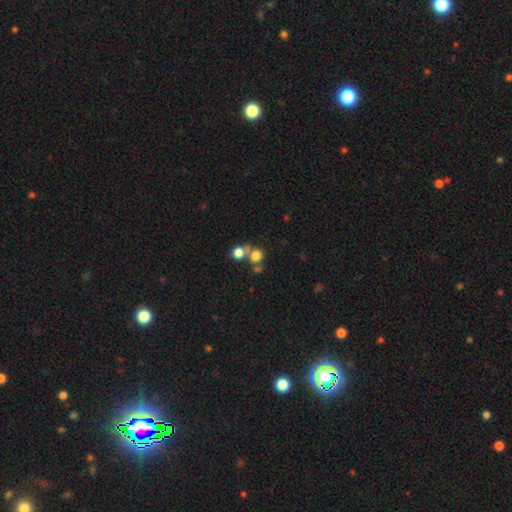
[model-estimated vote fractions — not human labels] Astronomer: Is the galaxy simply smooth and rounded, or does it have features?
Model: smooth — 74%.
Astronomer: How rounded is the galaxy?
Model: round — 80%.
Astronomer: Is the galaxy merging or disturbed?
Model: none — 47% (runner-up: merger, 40%).